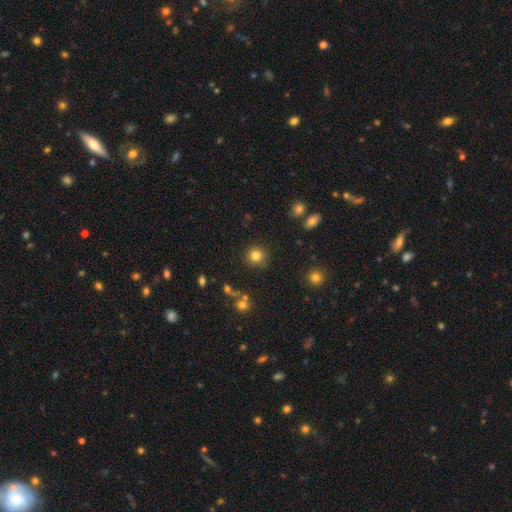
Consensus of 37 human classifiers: Morphology: type=smooth (92%); roundness=round (97%); merging=none (89%).